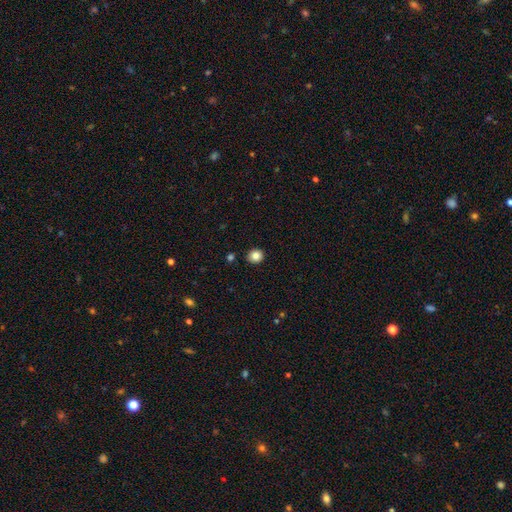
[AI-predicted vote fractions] smooth 84%, star or artifact 10%, featured or disk 6%. Down the decision tree: how rounded — round (80%); merging — none (90%).